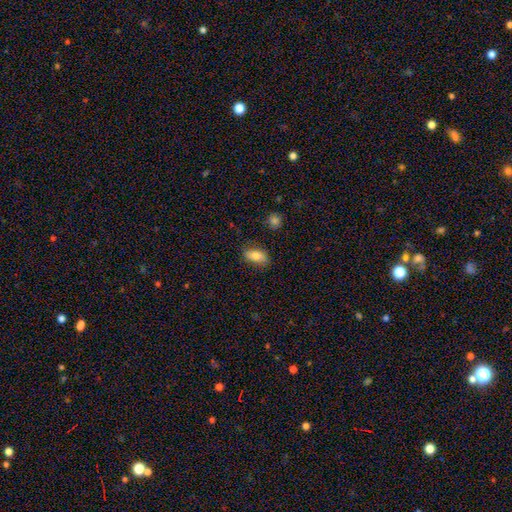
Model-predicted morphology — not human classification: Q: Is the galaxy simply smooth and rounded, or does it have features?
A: smooth — 78%.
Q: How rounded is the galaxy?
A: in between — 89%.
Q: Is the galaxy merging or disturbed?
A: none — 80%.